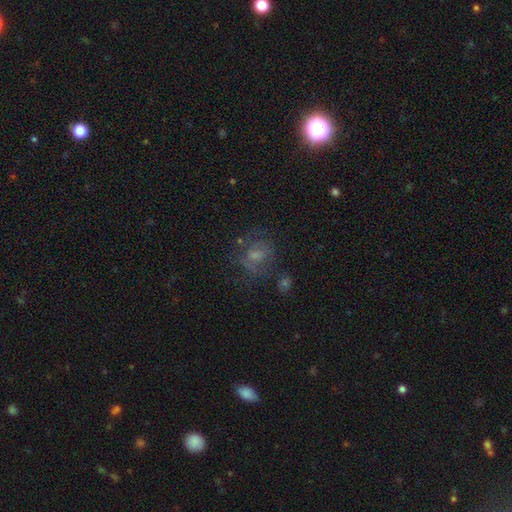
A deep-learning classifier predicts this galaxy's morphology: featured or disk 44%, smooth 35%, star or artifact 21%. Down the decision tree: merging — none (60%).